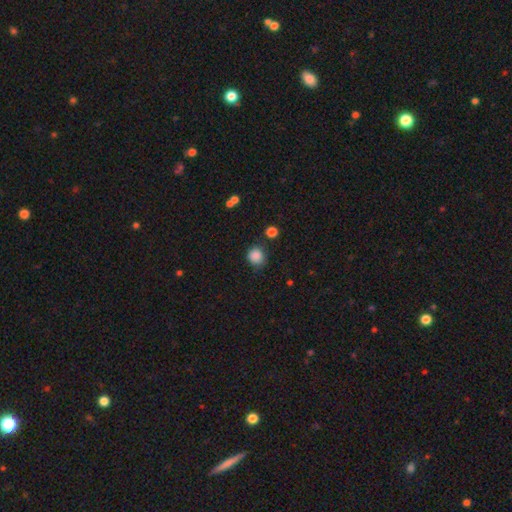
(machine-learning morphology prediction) This is clearly a smooth galaxy (86%). How rounded: clearly round (85%). Merging: likely none (76%).